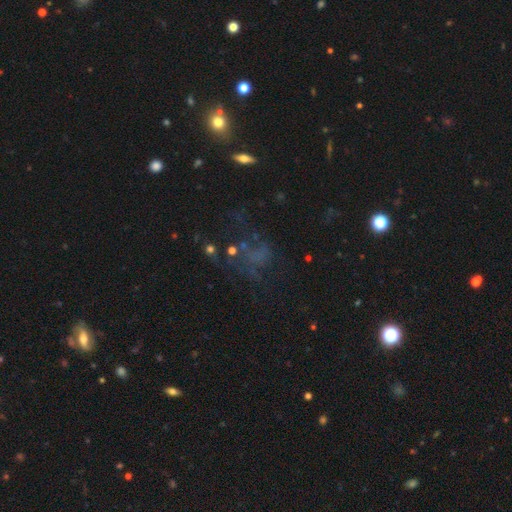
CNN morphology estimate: smooth_or_featured: featured or disk (p=0.37) [alt: star or artifact p=0.34]
merging: none (p=0.45) [alt: major disturbance p=0.32]